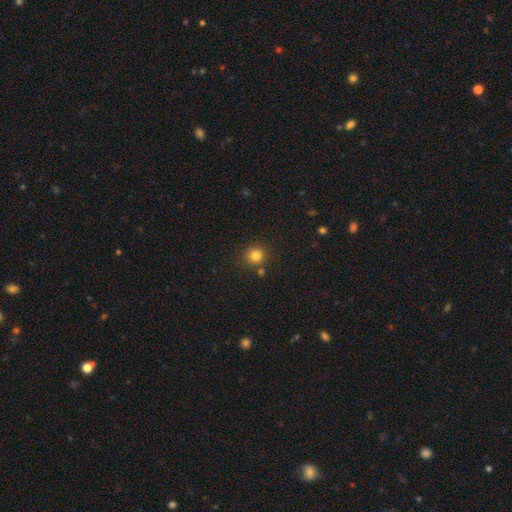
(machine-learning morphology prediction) The model was most divided on "smooth or featured": smooth: 82%, star or artifact: 13%, featured or disk: 5%. More confident: how rounded — round (91%); merging — none (82%).